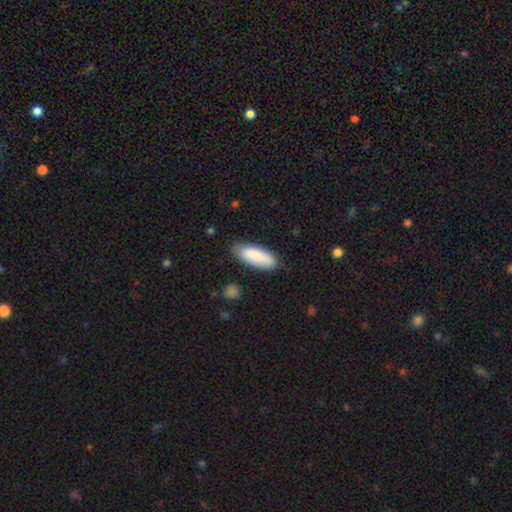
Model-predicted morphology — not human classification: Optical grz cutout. It shows a smooth galaxy with no disk features (86%) that is in between round and cigar-shaped (70%). Merging: none (79%).